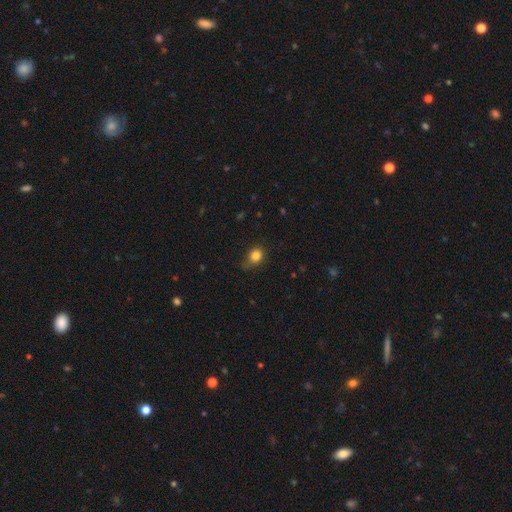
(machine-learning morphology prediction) A smooth galaxy with no disk features (83%) that is round (65%). Merging: none (64%).